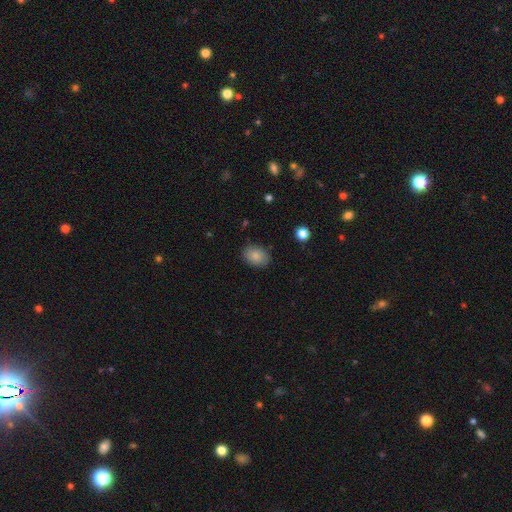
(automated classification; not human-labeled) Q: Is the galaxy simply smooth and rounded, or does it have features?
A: smooth — 86%.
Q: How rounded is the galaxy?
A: in between — 75%.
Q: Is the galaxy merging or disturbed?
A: none — 85%.